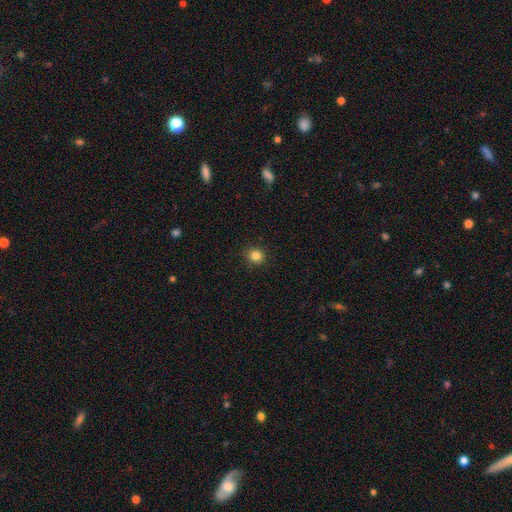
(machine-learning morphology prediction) smooth-or-featured: smooth: 84% | star or artifact: 12% | featured or disk: 4%
  how-rounded: round: 87% | in between: 12% | cigar-shaped: 1%
  merging: none: 90% | minor disturbance: 7% | major disturbance: 2% | merger: 1%